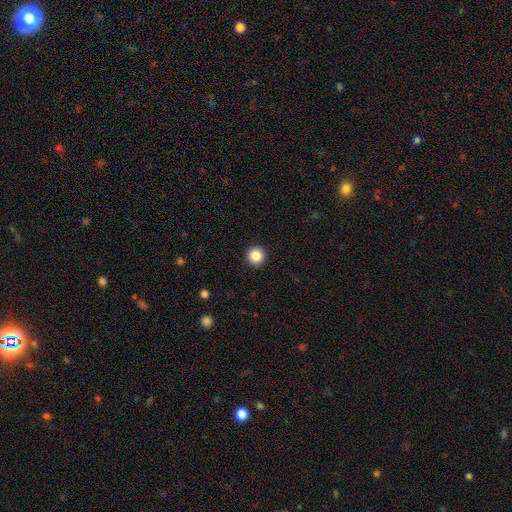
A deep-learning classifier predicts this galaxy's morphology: Smooth or featured?
  - smooth: 86% *
  - star or artifact: 10%
  - featured or disk: 4%
How rounded?
  - round: 96% *
  - in between: 3%
  - cigar-shaped: 1%
Merging?
  - none: 94% *
  - minor disturbance: 4%
  - major disturbance: 1%
  - merger: 1%